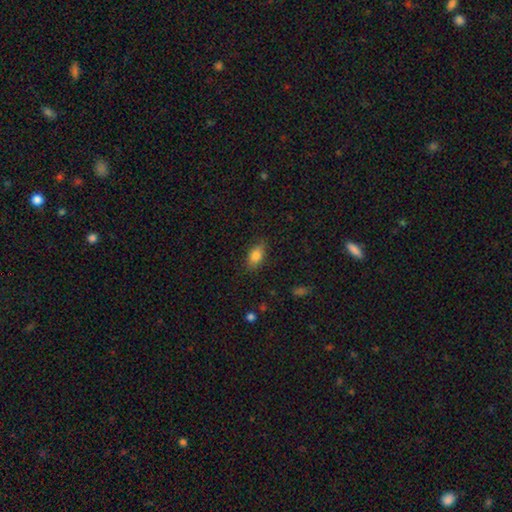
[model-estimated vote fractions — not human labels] Smooth or featured: smooth — 82% (featured or disk — 9%)
How rounded: in between — 87% (round — 7%)
Merging: none — 81% (minor disturbance — 14%)